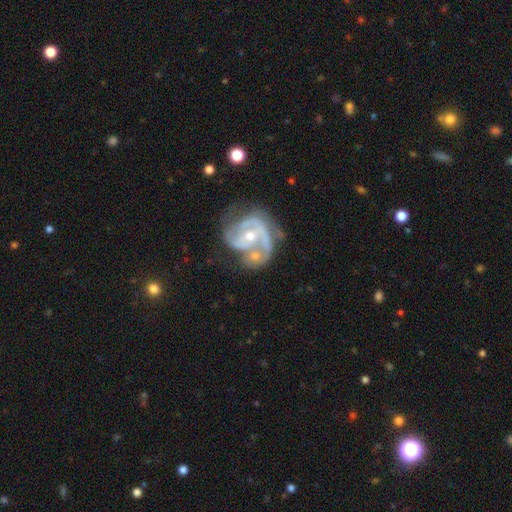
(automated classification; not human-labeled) Smooth or featured: featured or disk — 82% (smooth — 12%)
Edge-on disk: no — 98% (yes — 2%)
Bar: no — 51% (weak — 35%)
Spiral arms: yes — 84% (no — 16%)
Spiral winding: medium — 47% (tight — 33%)
Spiral arm count: 2 — 53% (can't tell — 17%)
Bulge size: moderate — 58% (small — 36%)
Merging: merger — 30% (none — 29%)